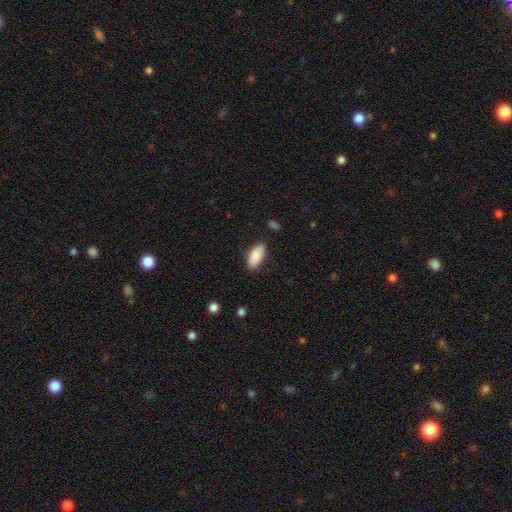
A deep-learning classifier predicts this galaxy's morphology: smooth 85%, featured or disk 9%, star or artifact 6%. Down the decision tree: how rounded — in between (91%); merging — none (85%).